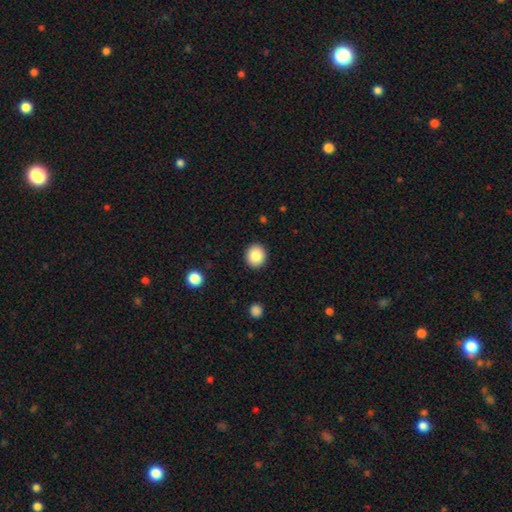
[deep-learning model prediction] This is clearly a smooth galaxy (85%). How rounded: clearly round (83%). Merging: clearly none (91%).